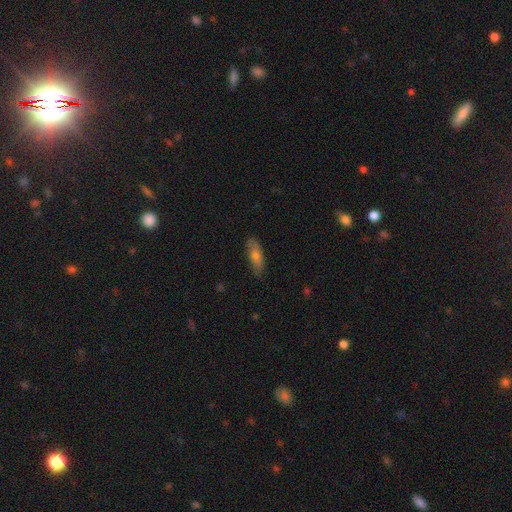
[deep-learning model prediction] Smooth or featured? Predicted: smooth (p=0.65). How rounded? Predicted: in between (p=0.61). Merging? Predicted: none (p=0.78).